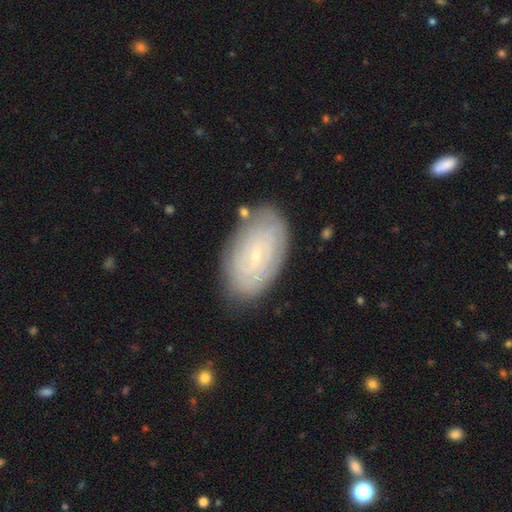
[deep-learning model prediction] A featured or disk galaxy (64%) with no bar (54%), spiral arms (80%) and a small central bulge (84%). Merging: none (81%).